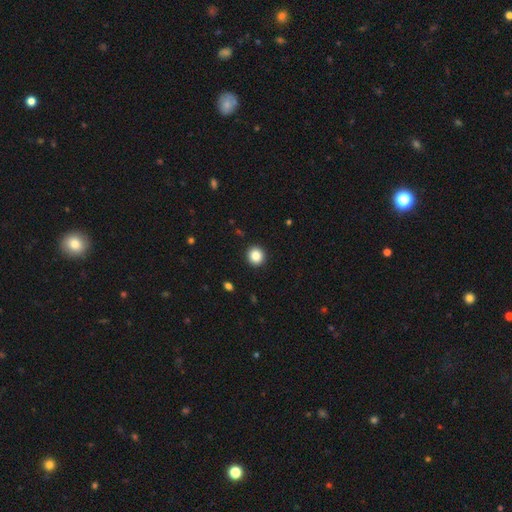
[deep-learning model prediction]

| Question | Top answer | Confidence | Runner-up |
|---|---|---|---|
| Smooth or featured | smooth | 86% | star or artifact (10%) |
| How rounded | round | 91% | in between (8%) |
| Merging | none | 93% | minor disturbance (5%) |